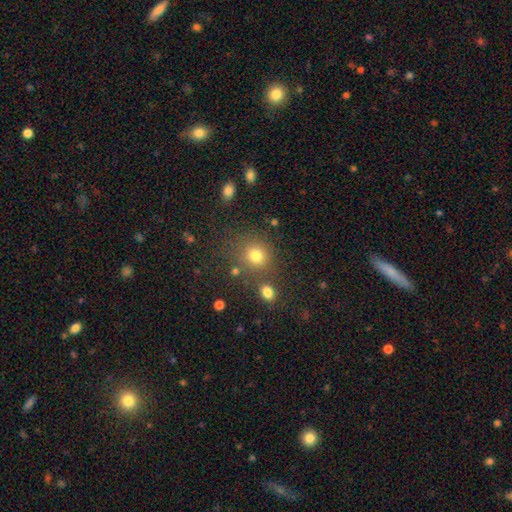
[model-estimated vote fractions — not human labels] A smooth galaxy with no disk features (77%) that is round (83%).

Vote fractions:
- Smooth or featured? smooth: 77% / star or artifact: 15% / featured or disk: 8%
- How rounded? round: 83% / in between: 16% / cigar-shaped: 1%
- Merging? none: 72% / merger: 12% / minor disturbance: 11% / major disturbance: 6%